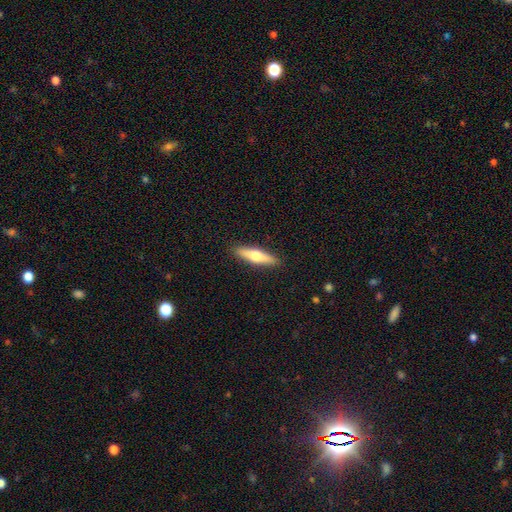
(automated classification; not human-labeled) Q: Smooth or featured?
A: smooth (54%); runner-up: featured or disk (40%)
Q: How rounded?
A: cigar-shaped (77%); runner-up: in between (22%)
Q: Merging?
A: none (90%); runner-up: minor disturbance (7%)